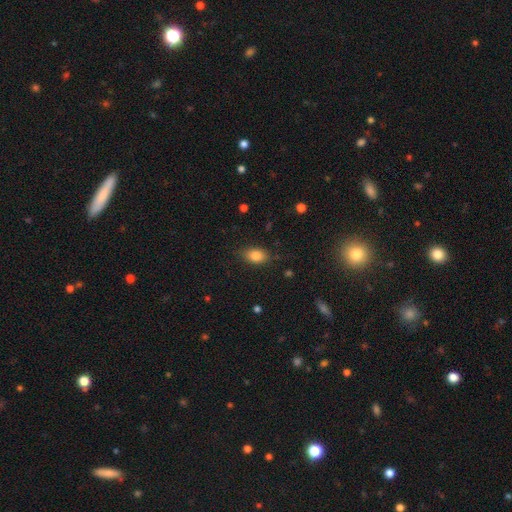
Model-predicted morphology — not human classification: A smooth galaxy with no disk features (82%) that is in between round and cigar-shaped (83%). Merging: none (79%).